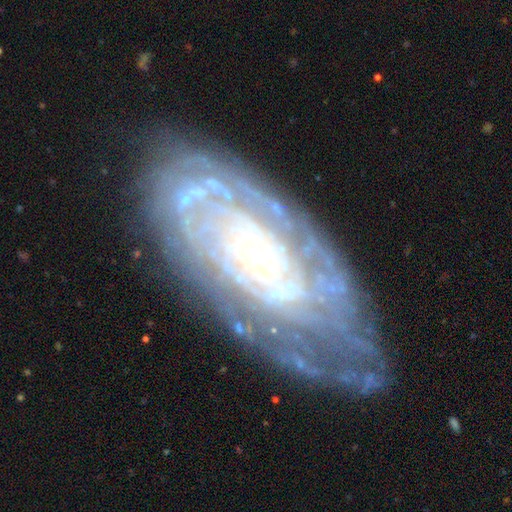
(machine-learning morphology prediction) Overall: featured or disk (84%). Edge-on disk: no (92%). Bar: no (79%). Spiral arms: yes (91%). Spiral arm count: can't tell (47%; 2 13%). Spiral winding: tight (80%). Bulge size: small (82%). Merging: none (73%).